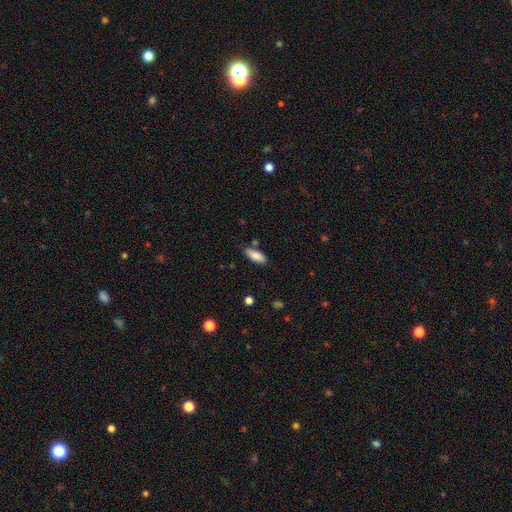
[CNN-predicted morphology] Smooth or featured? Predicted: smooth (p=0.85). How rounded? Predicted: in between (p=0.77). Merging? Predicted: none (p=0.76).